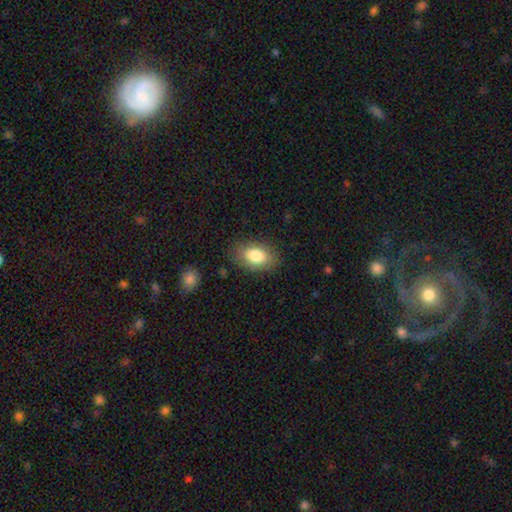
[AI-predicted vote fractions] Morphology: type=smooth (82%); roundness=in between (88%); merging=none (81%).